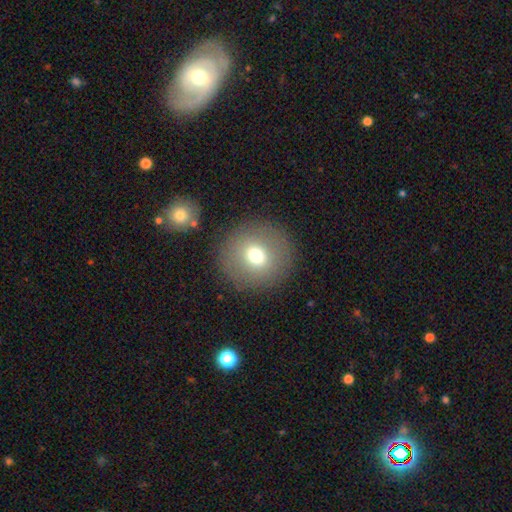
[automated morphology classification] A smooth galaxy with no disk features (69%) that is round (92%).

Vote fractions:
- Smooth or featured? smooth: 69% / featured or disk: 19% / star or artifact: 12%
- How rounded? round: 92% / in between: 7% / cigar-shaped: 1%
- Merging? none: 88% / minor disturbance: 7% / major disturbance: 4% / merger: 2%